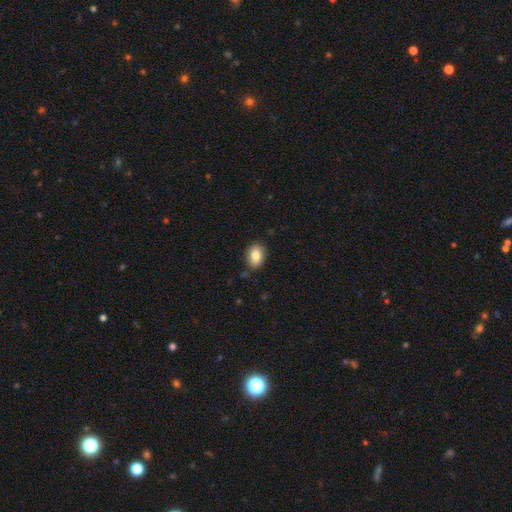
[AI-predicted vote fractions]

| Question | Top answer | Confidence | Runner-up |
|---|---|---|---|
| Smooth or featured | smooth | 84% | featured or disk (8%) |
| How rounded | in between | 81% | round (18%) |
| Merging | none | 86% | minor disturbance (10%) |